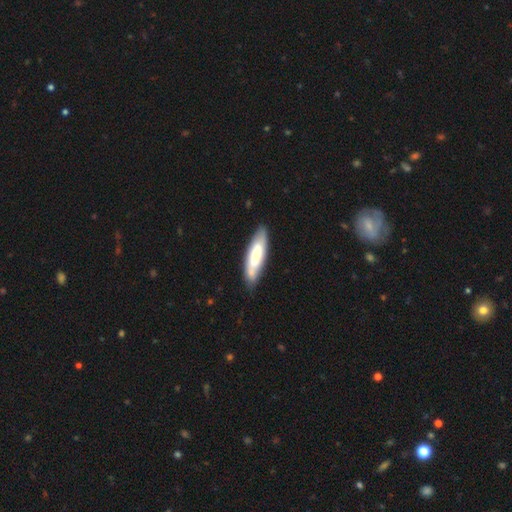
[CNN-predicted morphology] A smooth galaxy with no disk features (54%) that is cigar-shaped (59%). Merging: none (77%).